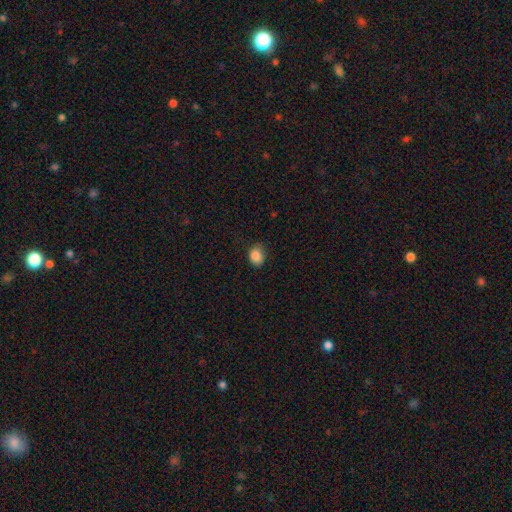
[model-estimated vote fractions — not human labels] smooth-or-featured: smooth: 87% | star or artifact: 9% | featured or disk: 4%
  how-rounded: round: 51% | in between: 49% | cigar-shaped: 1%
  merging: none: 75% | minor disturbance: 20% | major disturbance: 4% | merger: 1%